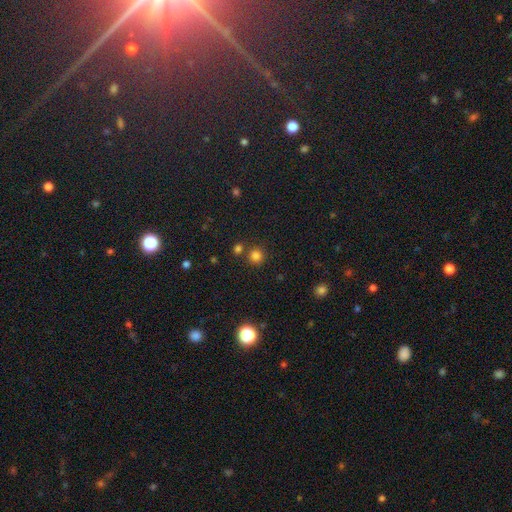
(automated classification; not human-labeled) Smooth or featured: smooth — 79% (star or artifact — 16%)
How rounded: round — 92% (in between — 7%)
Merging: none — 78% (merger — 12%)